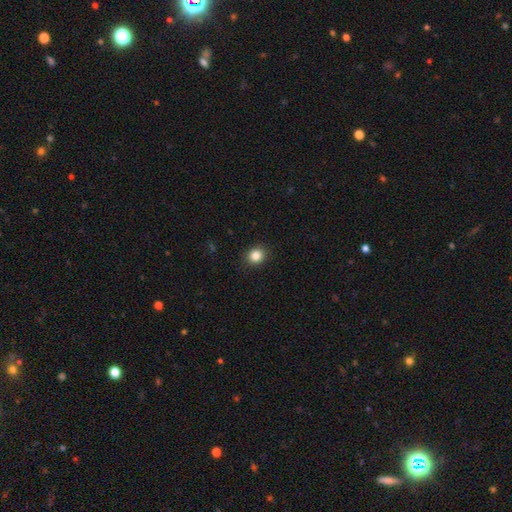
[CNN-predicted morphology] smooth-or-featured: smooth: 85% | star or artifact: 10% | featured or disk: 5%
  how-rounded: round: 77% | in between: 22% | cigar-shaped: 1%
  merging: none: 90% | minor disturbance: 7% | major disturbance: 2% | merger: 1%